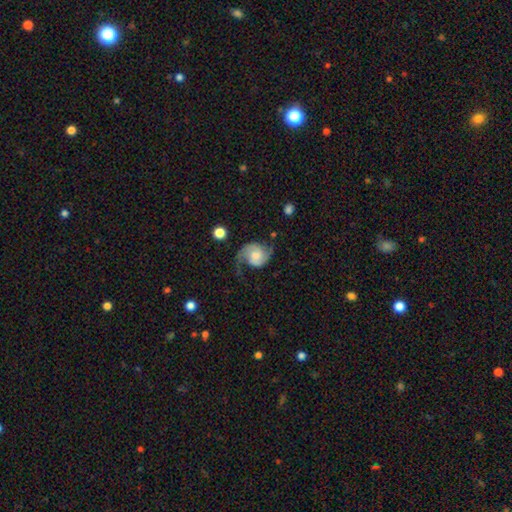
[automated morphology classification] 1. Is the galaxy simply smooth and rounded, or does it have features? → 80% featured or disk, 14% smooth, 6% star or artifact.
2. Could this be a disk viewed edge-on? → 98% no, 2% yes.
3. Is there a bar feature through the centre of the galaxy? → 61% no, 33% weak, 6% strong.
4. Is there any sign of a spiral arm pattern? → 96% yes, 4% no.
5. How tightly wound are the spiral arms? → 47% medium, 29% loose, 23% tight.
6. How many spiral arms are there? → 87% 2, 6% 1, 4% can't tell, 1% 3, 1% 4, 1% more than 4.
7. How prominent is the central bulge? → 43% moderate, 26% small, 15% none, 13% large, 3% dominant.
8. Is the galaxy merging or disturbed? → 58% none, 23% minor disturbance, 17% major disturbance, 3% merger.